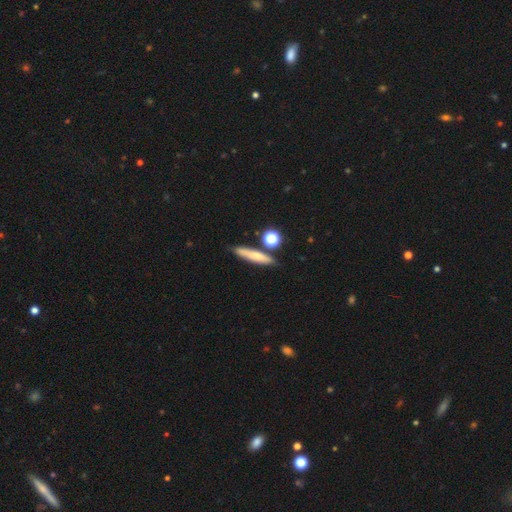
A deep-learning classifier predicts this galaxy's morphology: This is likely a smooth galaxy (66%). How rounded: likely cigar-shaped (76%). Merging: likely none (74%).